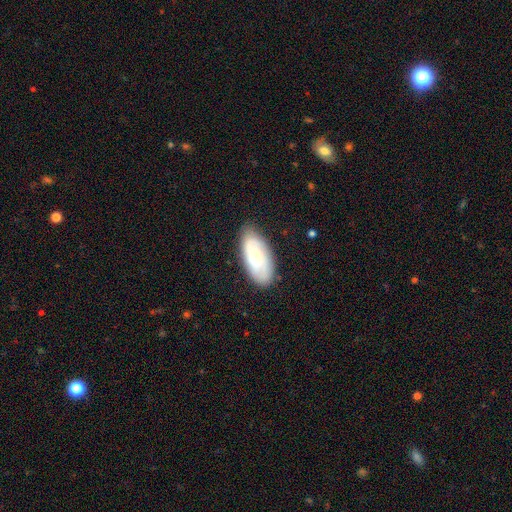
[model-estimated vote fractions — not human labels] Overall: smooth (56%; featured or disk 37%). How rounded: in between (90%). Merging: none (81%).